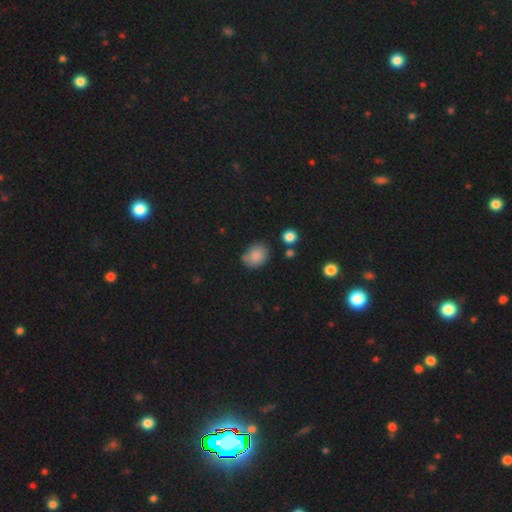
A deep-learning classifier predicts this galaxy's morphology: Q: Smooth or featured?
A: smooth (83%); runner-up: star or artifact (9%)
Q: How rounded?
A: in between (50%); runner-up: round (49%)
Q: Merging?
A: none (65%); runner-up: minor disturbance (23%)